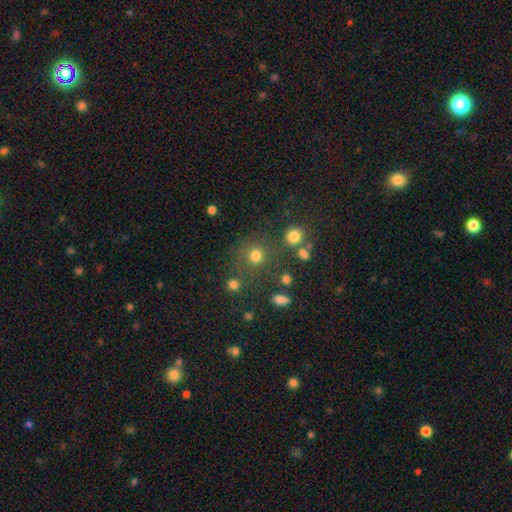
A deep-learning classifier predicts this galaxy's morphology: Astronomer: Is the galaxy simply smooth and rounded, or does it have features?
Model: smooth — 76%.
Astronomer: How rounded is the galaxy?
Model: round — 90%.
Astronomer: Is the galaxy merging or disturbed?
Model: none — 73%.